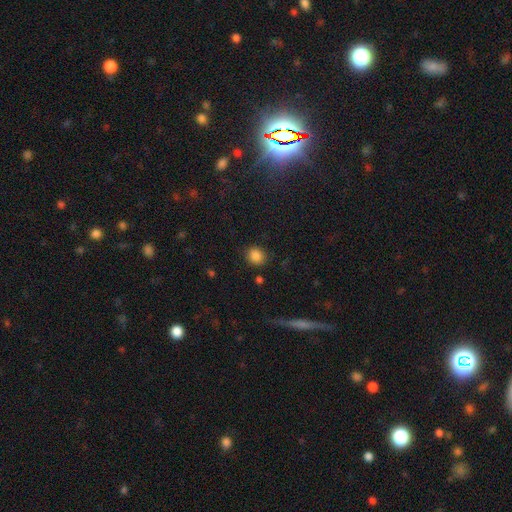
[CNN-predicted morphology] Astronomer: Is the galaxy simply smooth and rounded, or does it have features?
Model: smooth — 85%.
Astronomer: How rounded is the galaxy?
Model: round — 77%.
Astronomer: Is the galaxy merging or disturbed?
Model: none — 83%.